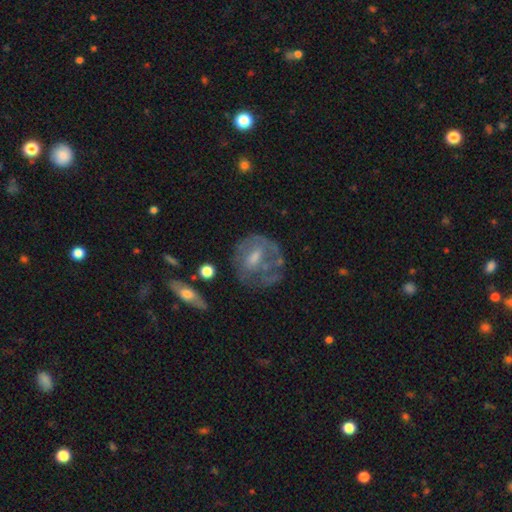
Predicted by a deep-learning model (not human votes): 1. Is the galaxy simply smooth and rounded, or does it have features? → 57% featured or disk, 33% smooth, 10% star or artifact.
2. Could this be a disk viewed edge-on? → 95% no, 5% yes.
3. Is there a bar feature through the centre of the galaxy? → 52% no, 37% weak, 11% strong.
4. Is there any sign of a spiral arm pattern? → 68% no, 32% yes.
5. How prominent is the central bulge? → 42% moderate, 35% small, 17% none, 5% large, 1% dominant.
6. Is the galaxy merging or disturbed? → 47% none, 25% major disturbance, 22% minor disturbance, 5% merger.